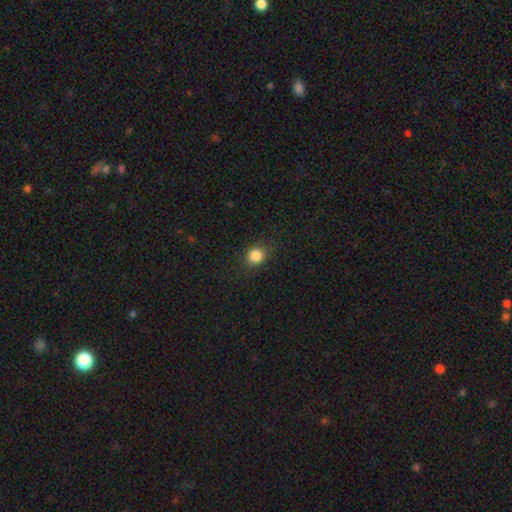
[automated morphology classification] smooth_or_featured: smooth (p=0.83) [alt: star or artifact p=0.12]
how_rounded: round (p=0.83) [alt: in between p=0.15]
merging: none (p=0.84) [alt: minor disturbance p=0.11]